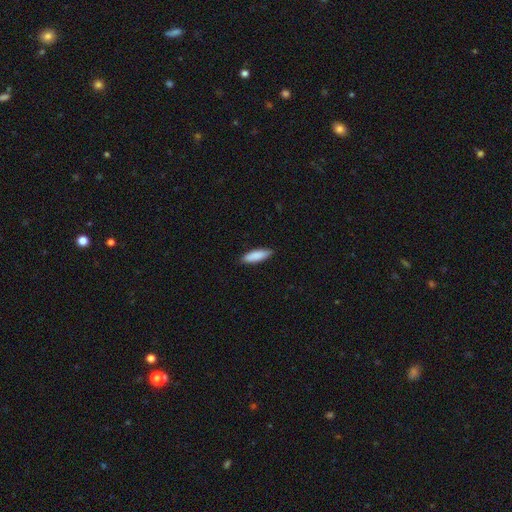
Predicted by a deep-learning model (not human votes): smooth-or-featured: smooth: 89% | featured or disk: 6% | star or artifact: 5%
  how-rounded: cigar-shaped: 55% | in between: 43% | round: 1%
  merging: none: 89% | minor disturbance: 9% | major disturbance: 2% | merger: 1%